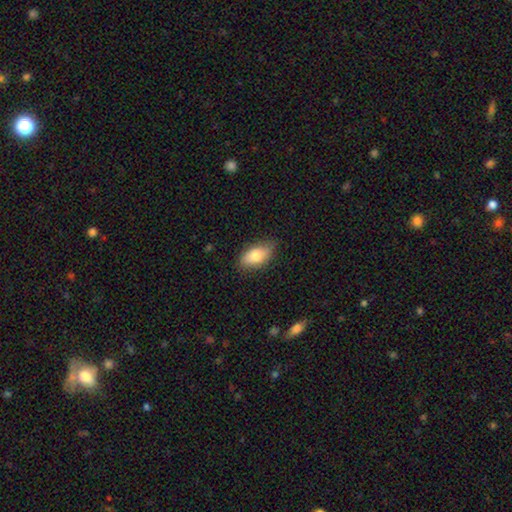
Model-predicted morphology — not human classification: The model was most divided on "merging": none: 78%, minor disturbance: 18%, major disturbance: 3%, merger: 1%. More confident: how rounded — in between (90%); smooth or featured — smooth (77%).